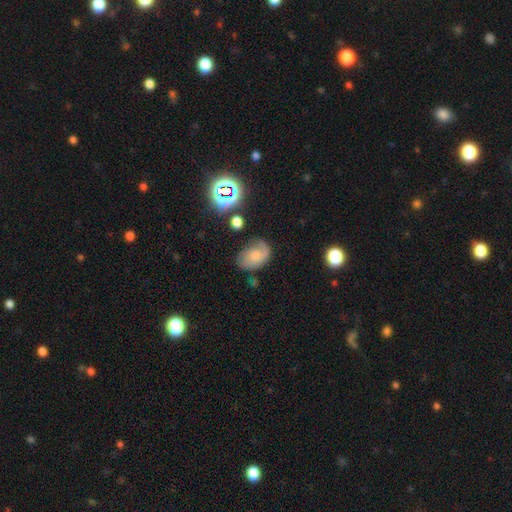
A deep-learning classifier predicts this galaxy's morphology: A featured or disk galaxy (52%). Merging: none (55%).